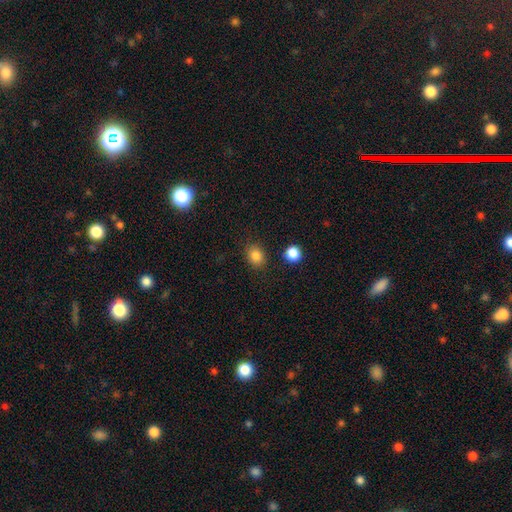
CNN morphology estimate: This is clearly a smooth galaxy (84%). How rounded: possibly round (53%). Merging: clearly none (84%).